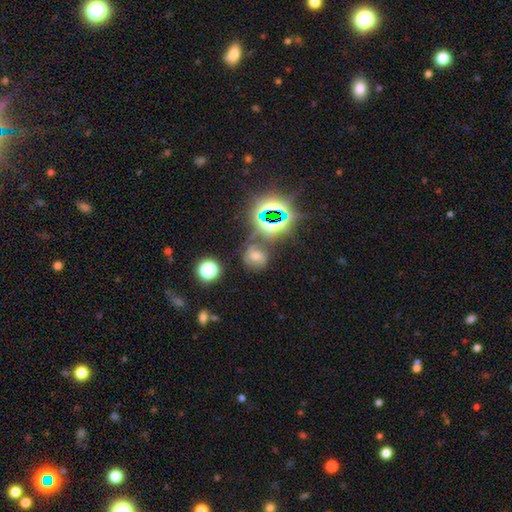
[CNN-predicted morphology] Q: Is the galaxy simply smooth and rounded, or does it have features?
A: star or artifact — 49%.